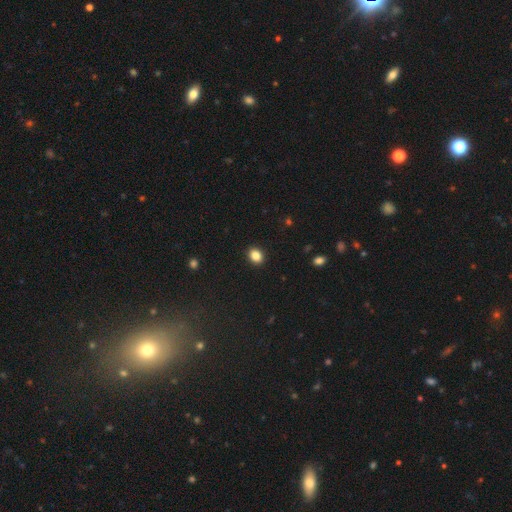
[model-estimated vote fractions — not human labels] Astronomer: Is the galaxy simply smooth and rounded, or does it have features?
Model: smooth — 85%.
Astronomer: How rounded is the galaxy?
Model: in between — 54% (runner-up: round, 45%).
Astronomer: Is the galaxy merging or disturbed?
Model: none — 91%.